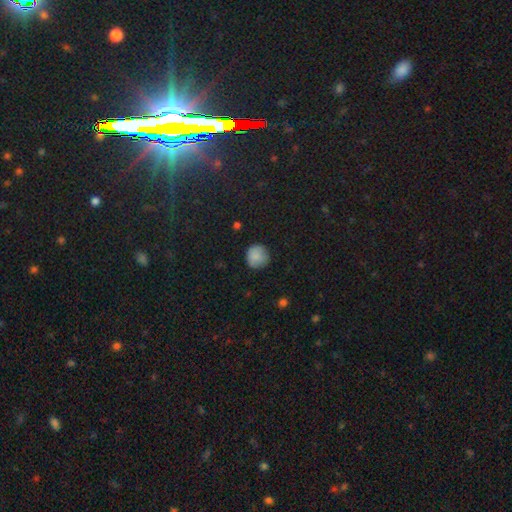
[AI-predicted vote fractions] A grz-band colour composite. It shows a smooth galaxy with no disk features (86%) that is round (92%). Merging: none (83%).